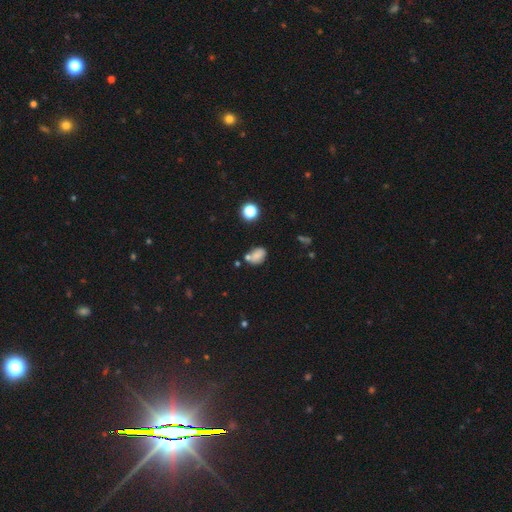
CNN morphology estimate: Overall: smooth (75%). How rounded: in between (75%). Merging: none (51%; merger 22%).